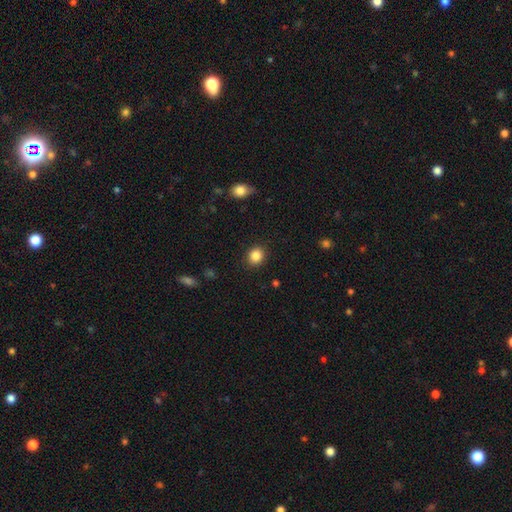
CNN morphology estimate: type=smooth (86%); roundness=round (73%); merging=none (89%).